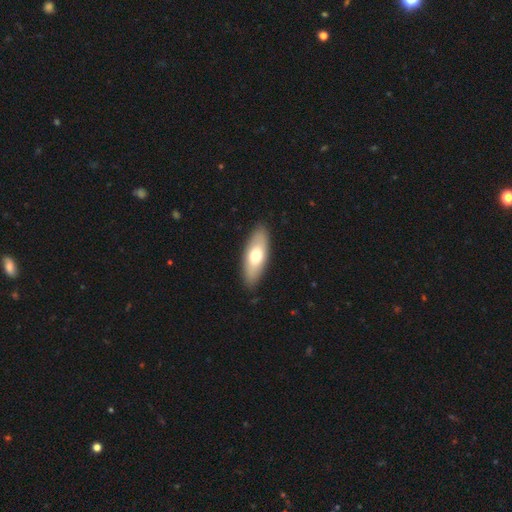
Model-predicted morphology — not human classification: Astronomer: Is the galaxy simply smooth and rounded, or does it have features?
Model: smooth — 67%.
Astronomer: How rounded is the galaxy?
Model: in between — 70%.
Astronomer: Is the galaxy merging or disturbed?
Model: none — 88%.